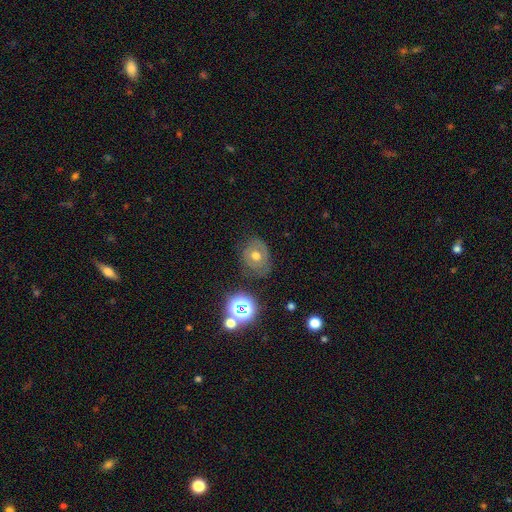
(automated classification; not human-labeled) Smooth or featured: smooth — 44% (featured or disk — 40%)
Merging: none — 73% (minor disturbance — 18%)